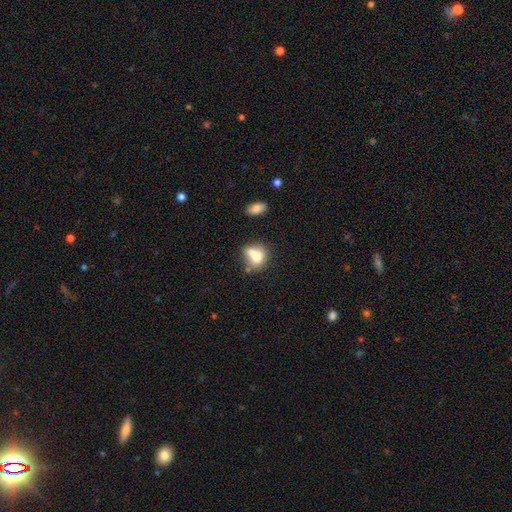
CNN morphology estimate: This appears to be a smooth galaxy with no disk features (69%) that is in between round and cigar-shaped (53%). Merging: merger (36%).